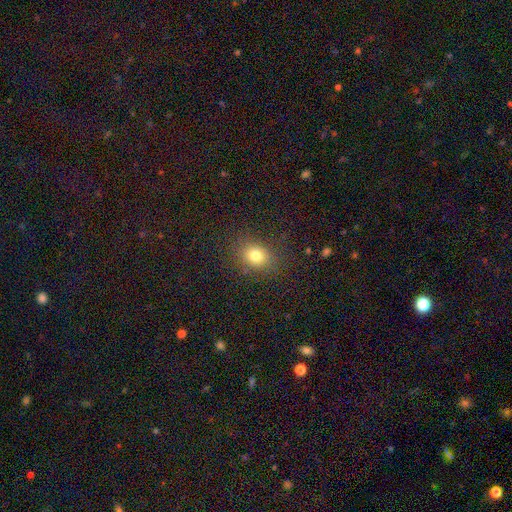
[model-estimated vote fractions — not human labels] Smooth or featured?
  - smooth: 77% *
  - star or artifact: 15%
  - featured or disk: 8%
How rounded?
  - round: 58% *
  - in between: 41%
  - cigar-shaped: 1%
Merging?
  - none: 84% *
  - minor disturbance: 10%
  - major disturbance: 4%
  - merger: 1%